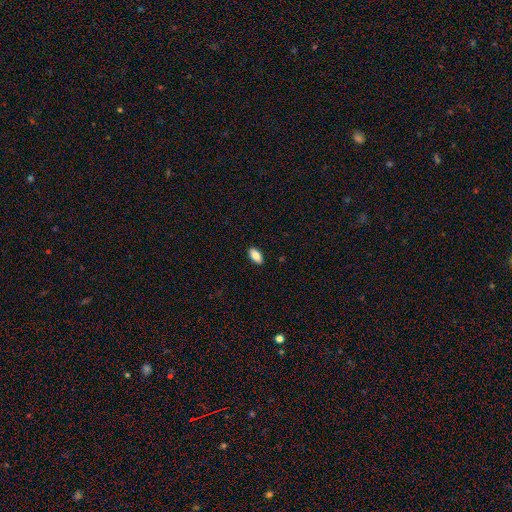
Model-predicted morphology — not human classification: Q: Smooth or featured?
A: smooth (82%); runner-up: featured or disk (11%)
Q: How rounded?
A: in between (91%); runner-up: cigar-shaped (6%)
Q: Merging?
A: none (90%); runner-up: minor disturbance (7%)